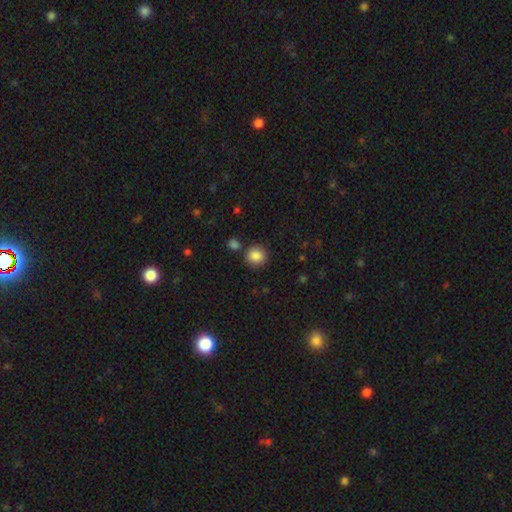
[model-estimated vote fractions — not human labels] Smooth or featured?
  - smooth: 87% *
  - star or artifact: 9%
  - featured or disk: 4%
How rounded?
  - round: 90% *
  - in between: 9%
  - cigar-shaped: 1%
Merging?
  - none: 84% *
  - minor disturbance: 8%
  - merger: 6%
  - major disturbance: 3%